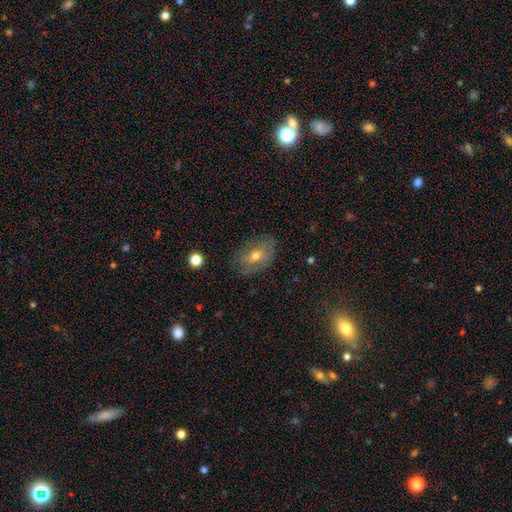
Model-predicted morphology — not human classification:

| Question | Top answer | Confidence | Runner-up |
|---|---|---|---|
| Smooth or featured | featured or disk | 44% | smooth (43%) |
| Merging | none | 73% | minor disturbance (19%) |